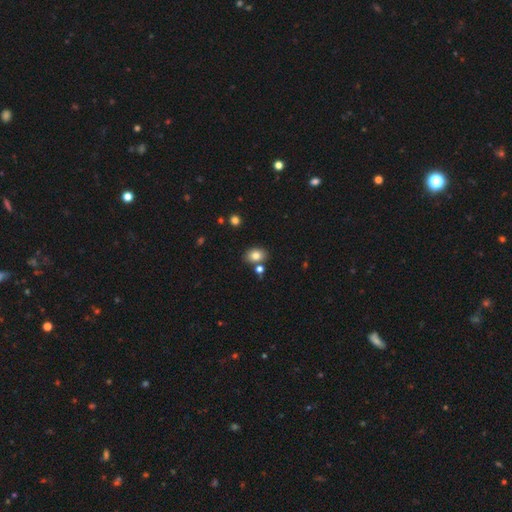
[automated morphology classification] Q: Smooth or featured?
A: smooth (81%); runner-up: star or artifact (10%)
Q: How rounded?
A: in between (69%); runner-up: round (30%)
Q: Merging?
A: none (74%); runner-up: merger (12%)